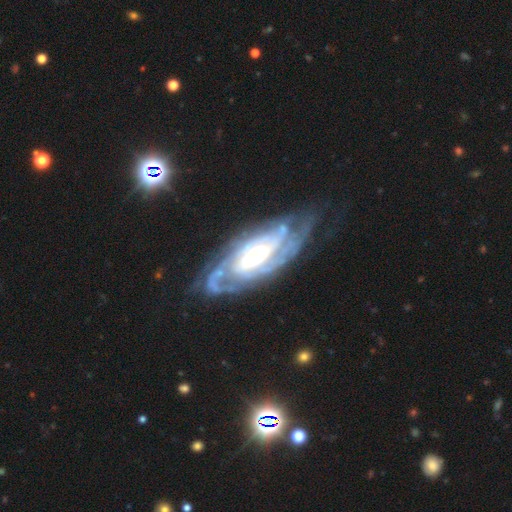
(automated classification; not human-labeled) Smooth or featured? featured or disk (89%)
Edge-on disk? no (92%)
Bar? no (41%)
Spiral arms? yes (97%)
Spiral winding? tight (65%)
Spiral arm count? 2 (35%)
Bulge size? moderate (47%)
Merging? none (69%)